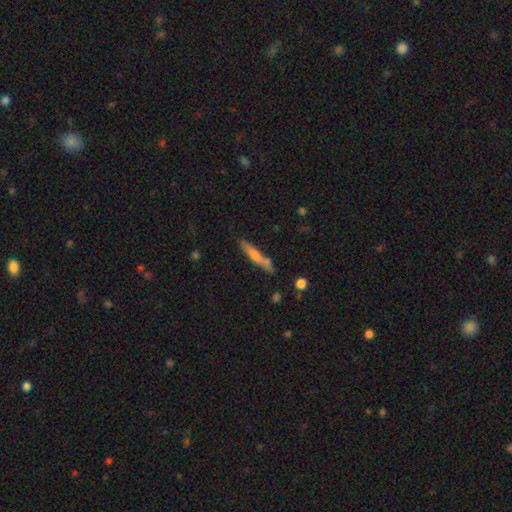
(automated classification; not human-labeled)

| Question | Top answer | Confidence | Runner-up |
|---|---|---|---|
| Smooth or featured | smooth | 63% | featured or disk (30%) |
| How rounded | cigar-shaped | 92% | in between (7%) |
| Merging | none | 72% | minor disturbance (16%) |